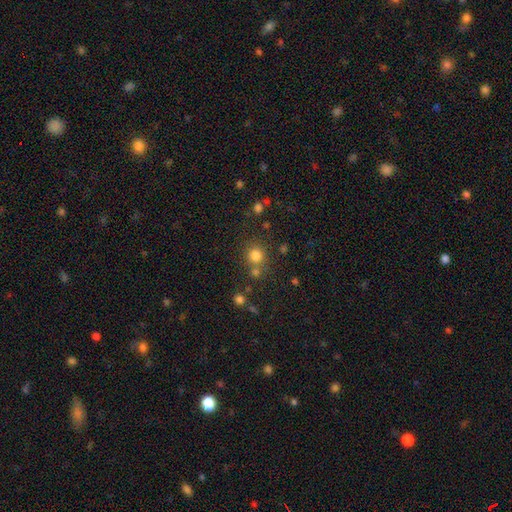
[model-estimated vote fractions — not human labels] Q: Smooth or featured?
A: smooth (78%); runner-up: star or artifact (15%)
Q: How rounded?
A: round (90%); runner-up: in between (9%)
Q: Merging?
A: none (69%); runner-up: merger (19%)